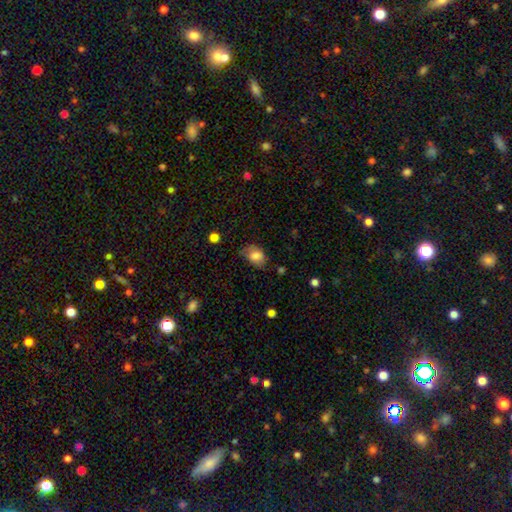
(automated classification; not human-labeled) smooth 77%, featured or disk 15%, star or artifact 8%. Down the decision tree: how rounded — in between (71%); merging — none (48%).